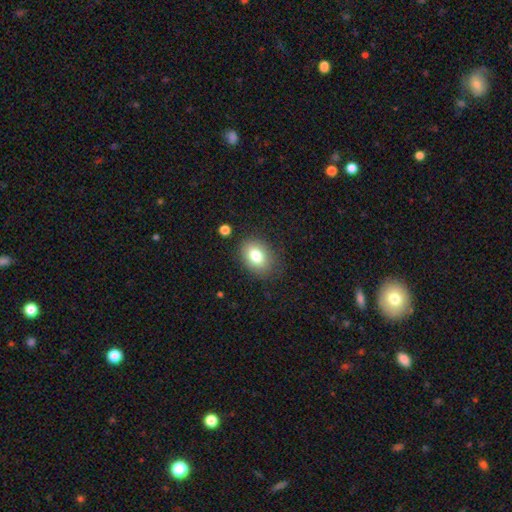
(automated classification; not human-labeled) smooth-or-featured: smooth: 78% | featured or disk: 12% | star or artifact: 10%
  how-rounded: in between: 72% | round: 27% | cigar-shaped: 1%
  merging: none: 78% | minor disturbance: 15% | major disturbance: 5% | merger: 2%